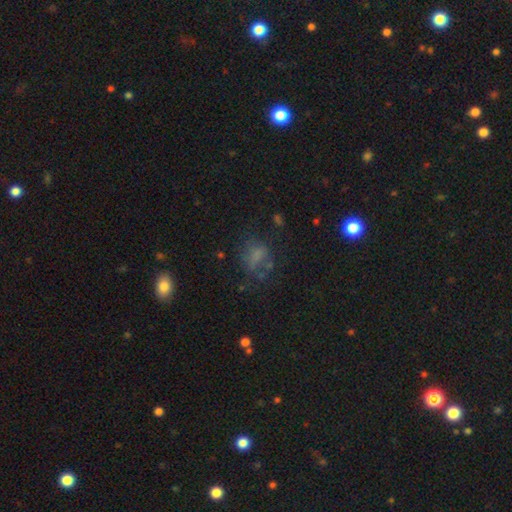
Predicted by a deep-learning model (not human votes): This is possibly a smooth galaxy (55%). How rounded: possibly in between (58%). Merging: possibly none (49%).